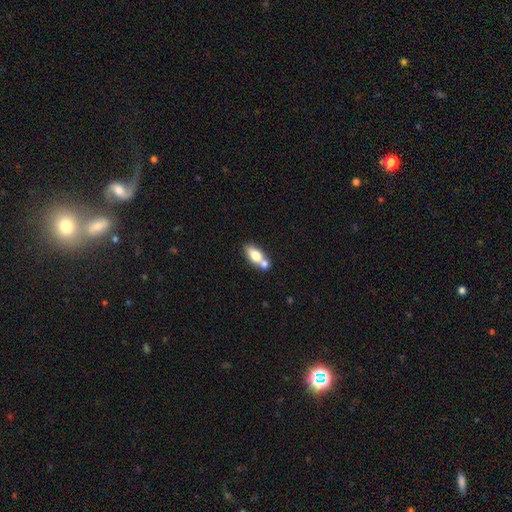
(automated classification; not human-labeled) This appears to be a smooth galaxy with no disk features (69%) that is in between round and cigar-shaped (80%). Merging: merger (43%).